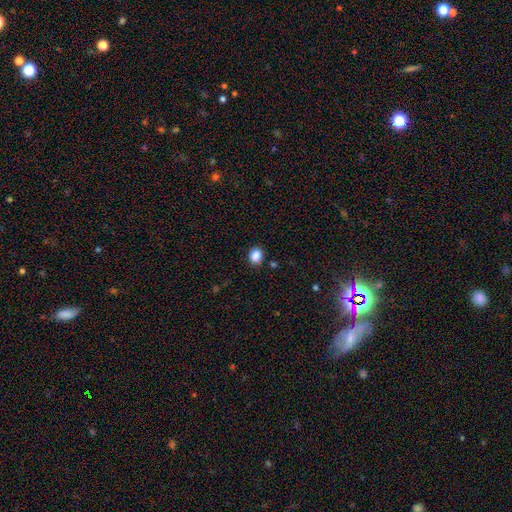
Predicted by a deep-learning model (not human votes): smooth 86%, star or artifact 10%, featured or disk 4%. Down the decision tree: how rounded — round (61%); merging — none (87%).